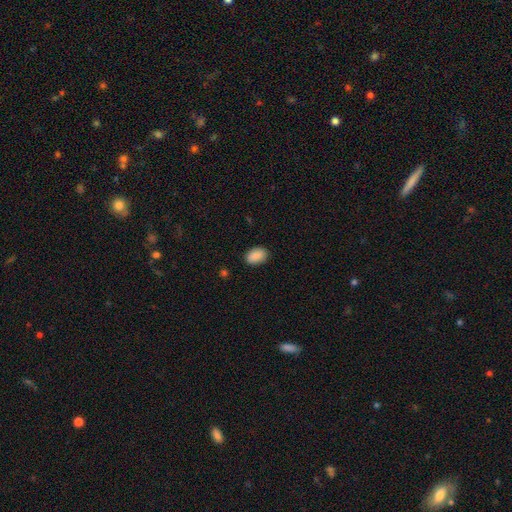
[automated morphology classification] type=smooth (89%); roundness=in between (87%); merging=none (86%).